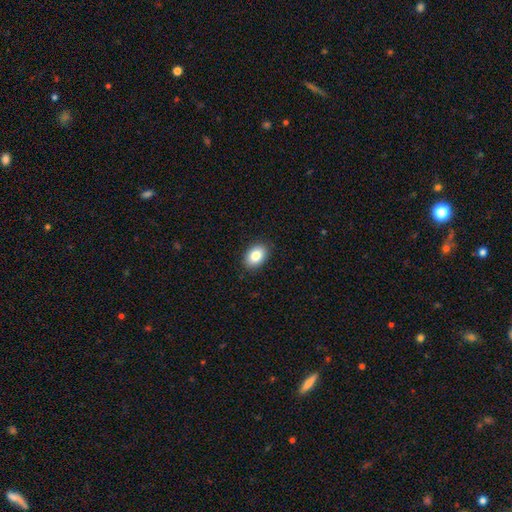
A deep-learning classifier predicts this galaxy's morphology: Q: Smooth or featured?
A: smooth (85%); runner-up: star or artifact (8%)
Q: How rounded?
A: in between (82%); runner-up: round (17%)
Q: Merging?
A: none (89%); runner-up: minor disturbance (8%)